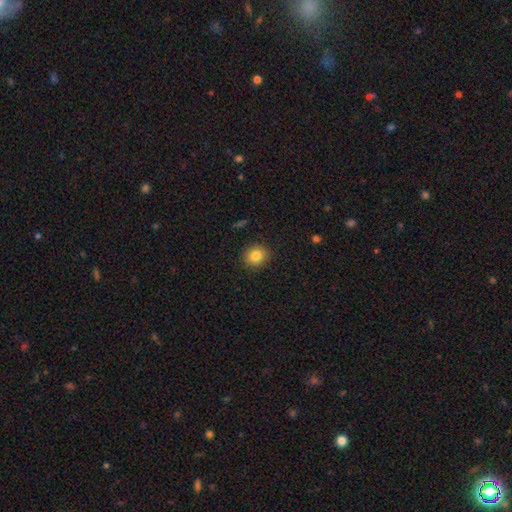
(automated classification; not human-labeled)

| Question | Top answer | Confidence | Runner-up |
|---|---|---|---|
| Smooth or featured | smooth | 83% | star or artifact (10%) |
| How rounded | round | 77% | in between (22%) |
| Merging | none | 90% | minor disturbance (7%) |